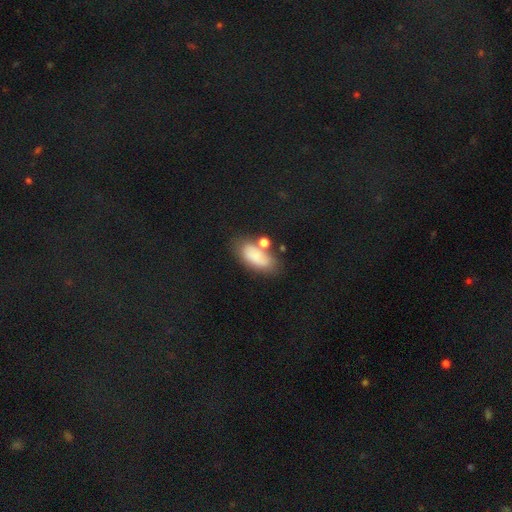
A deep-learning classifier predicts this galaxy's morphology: smooth-or-featured: smooth: 73% | featured or disk: 17% | star or artifact: 10%
  how-rounded: in between: 89% | cigar-shaped: 6% | round: 5%
  merging: none: 52% | minor disturbance: 21% | merger: 18% | major disturbance: 9%